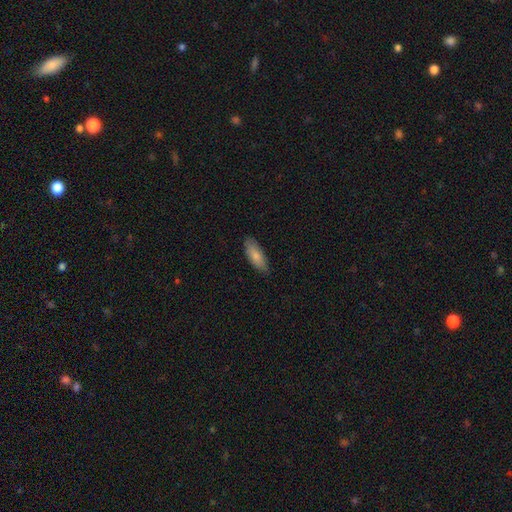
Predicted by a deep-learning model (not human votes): A smooth galaxy with no disk features (82%) that is in between round and cigar-shaped (74%).

Vote fractions:
- Smooth or featured? smooth: 82% / featured or disk: 12% / star or artifact: 5%
- How rounded? in between: 74% / cigar-shaped: 24% / round: 2%
- Merging? none: 82% / minor disturbance: 14% / major disturbance: 2% / merger: 1%